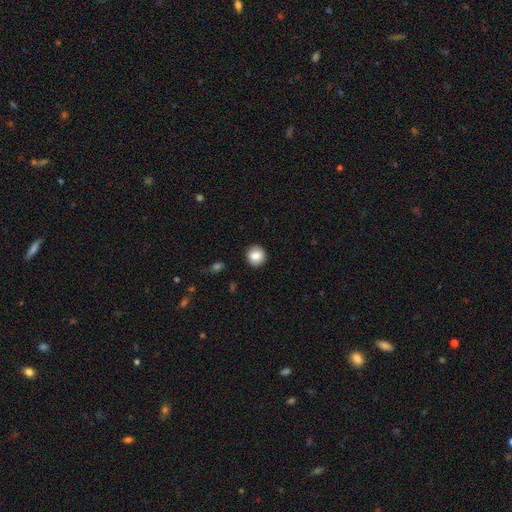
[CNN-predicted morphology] smooth-or-featured: smooth: 86% | star or artifact: 8% | featured or disk: 6%
  how-rounded: round: 90% | in between: 9% | cigar-shaped: 1%
  merging: none: 91% | minor disturbance: 6% | major disturbance: 2% | merger: 1%